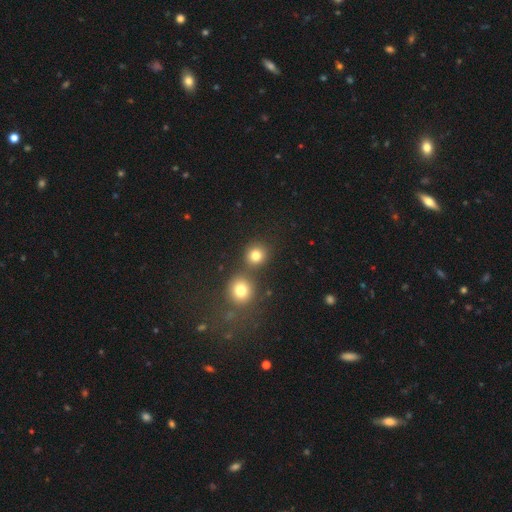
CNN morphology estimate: Q: Smooth or featured?
A: smooth (78%); runner-up: star or artifact (16%)
Q: How rounded?
A: round (90%); runner-up: in between (9%)
Q: Merging?
A: none (72%); runner-up: merger (19%)